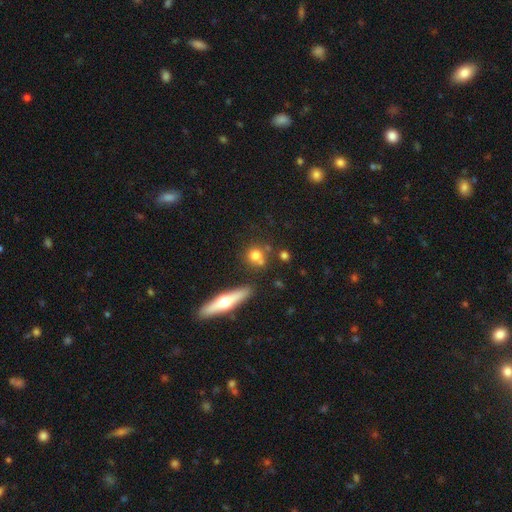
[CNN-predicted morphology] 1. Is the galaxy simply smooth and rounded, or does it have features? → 71% smooth, 17% featured or disk, 11% star or artifact.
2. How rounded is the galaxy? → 79% round, 16% in between, 5% cigar-shaped.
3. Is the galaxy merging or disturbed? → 63% none, 19% merger, 12% minor disturbance, 5% major disturbance.